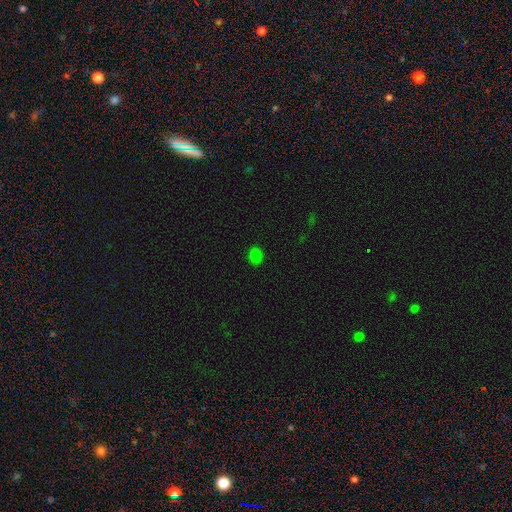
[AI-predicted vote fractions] Smooth or featured: smooth — 82% (star or artifact — 15%)
How rounded: round — 58% (in between — 41%)
Merging: none — 89% (minor disturbance — 8%)